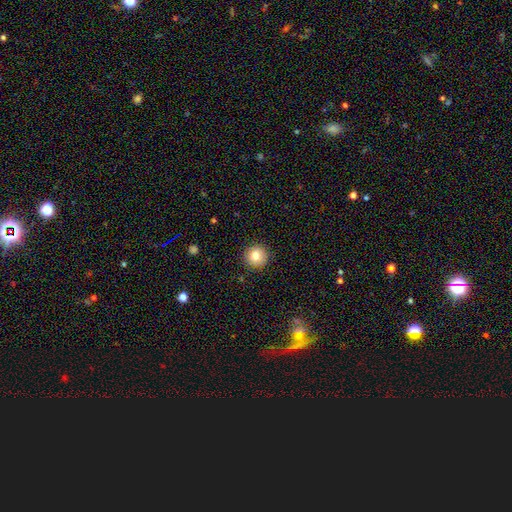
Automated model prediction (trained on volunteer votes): Smooth or featured?
  - smooth: 80% *
  - featured or disk: 10%
  - star or artifact: 10%
How rounded?
  - round: 95% *
  - in between: 4%
  - cigar-shaped: 1%
Merging?
  - none: 91% *
  - minor disturbance: 6%
  - major disturbance: 2%
  - merger: 1%